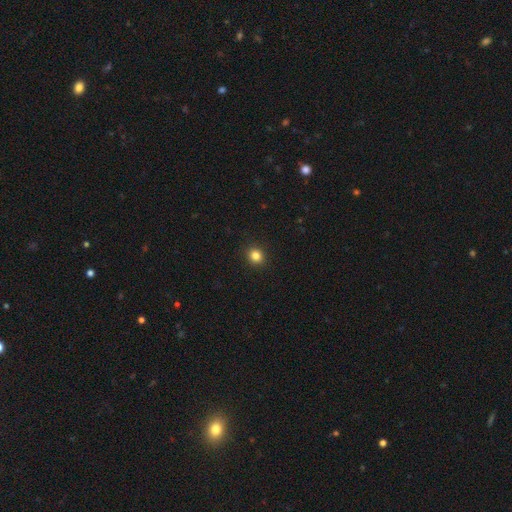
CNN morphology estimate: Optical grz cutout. It shows a smooth galaxy with no disk features (84%) that is round (81%). Merging: none (92%).